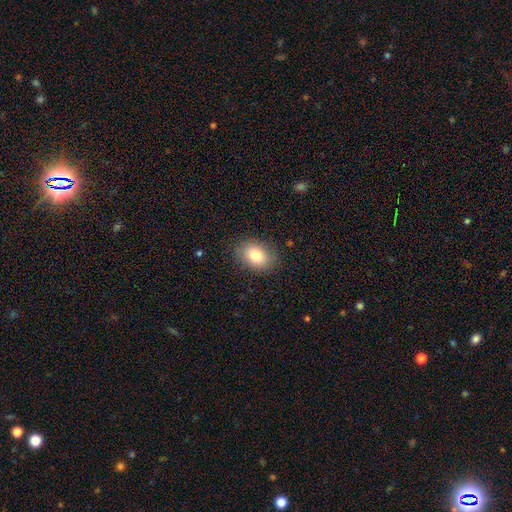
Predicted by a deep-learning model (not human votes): A smooth galaxy with no disk features (81%) that is in between round and cigar-shaped (74%).

Vote fractions:
- Smooth or featured? smooth: 81% / featured or disk: 10% / star or artifact: 9%
- How rounded? in between: 74% / round: 25% / cigar-shaped: 1%
- Merging? none: 86% / minor disturbance: 10% / major disturbance: 3% / merger: 1%